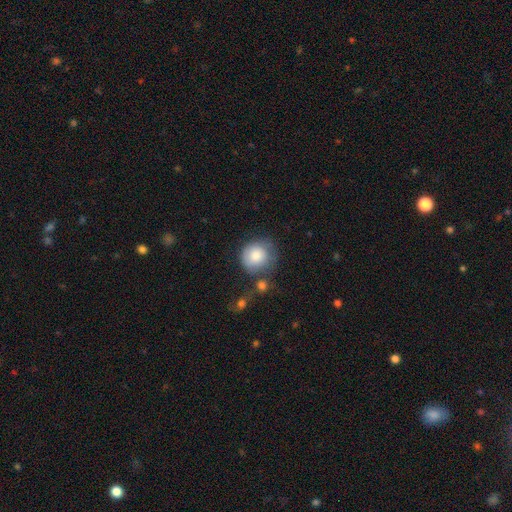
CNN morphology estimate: This appears to be a smooth galaxy with no disk features (81%) that is round (87%). Merging: none (55%).